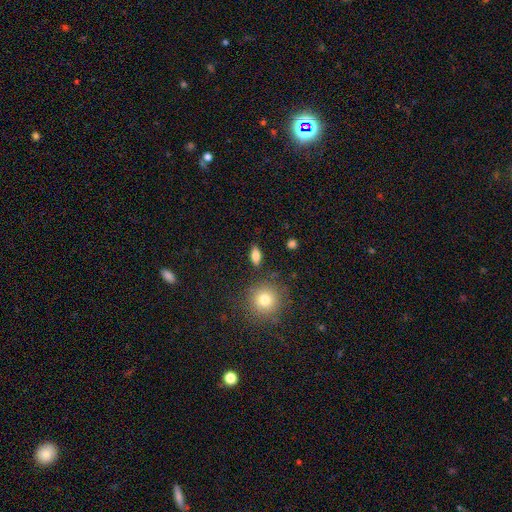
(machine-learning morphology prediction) smooth 80%, featured or disk 11%, star or artifact 10%. Down the decision tree: how rounded — in between (79%); merging — none (85%).